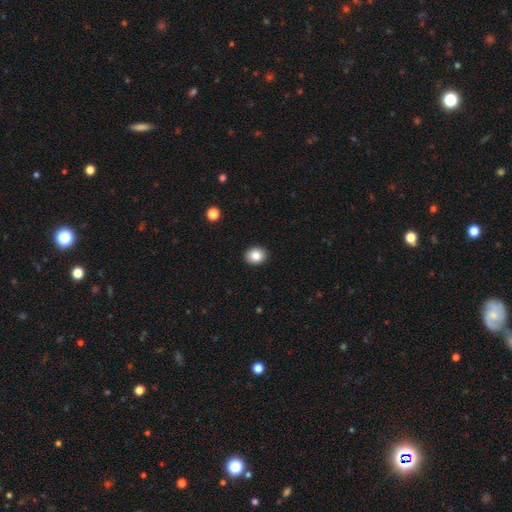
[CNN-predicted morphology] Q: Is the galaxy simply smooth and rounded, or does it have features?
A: smooth — 85%.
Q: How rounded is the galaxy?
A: round — 60%.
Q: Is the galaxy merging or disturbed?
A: none — 91%.